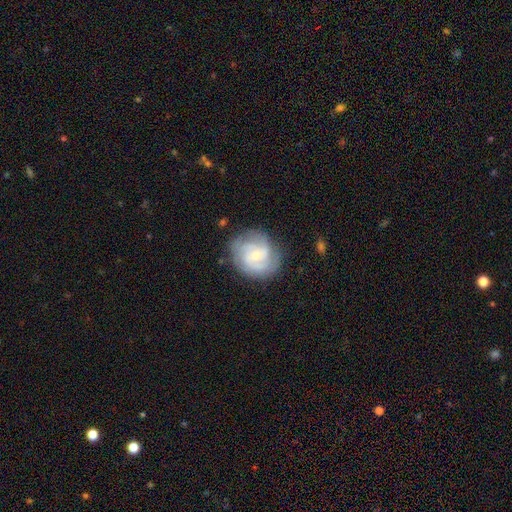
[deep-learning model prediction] featured or disk 77%, smooth 17%, star or artifact 6%. Down the decision tree: edge-on disk — no (98%); bar — no (60%); spiral arms — yes (93%); spiral arm count — 3 (32%); spiral winding — tight (50%); bulge size — small (57%); merging — none (75%).